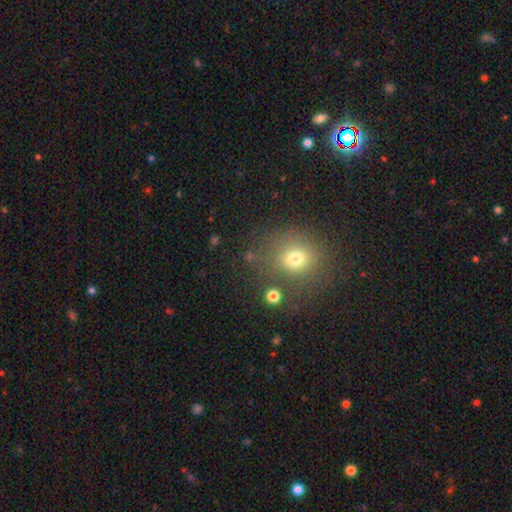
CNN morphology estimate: smooth 62%, star or artifact 29%, featured or disk 9%. Down the decision tree: how rounded — round (78%); merging — none (79%).